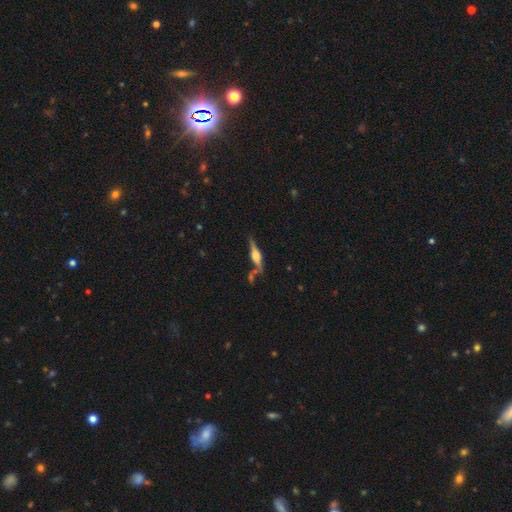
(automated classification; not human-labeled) This appears to be a featured or disk galaxy (71%) viewed edge-on (96%) with a rounded central bulge (82%). Merging: none (70%).